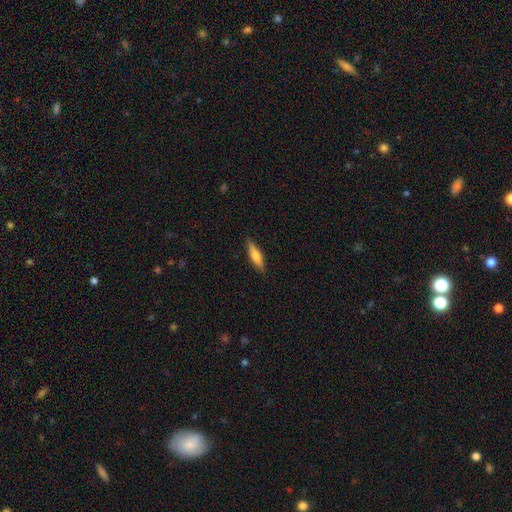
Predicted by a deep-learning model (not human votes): The model was most divided on "how rounded": cigar-shaped: 68%, in between: 30%, round: 2%. More confident: merging — none (88%); smooth or featured — smooth (67%).